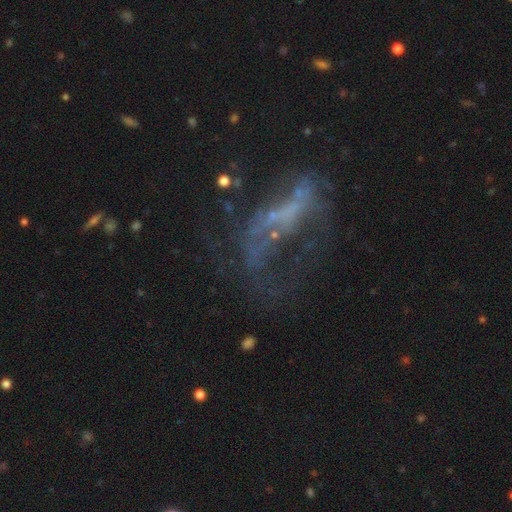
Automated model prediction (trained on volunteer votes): Morphology: type=featured or disk (61%); edge-on=no (92%); bar=no (62%); spiral arms=no (71%); bulge=none (63%); merging=major disturbance (41%).